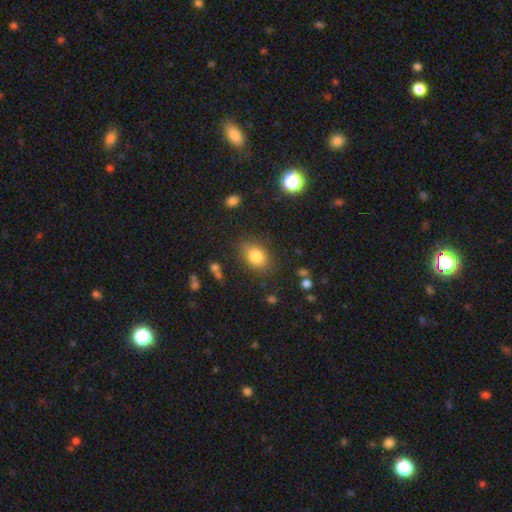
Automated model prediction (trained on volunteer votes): Smooth or featured? Predicted: smooth (p=0.81). How rounded? Predicted: in between (p=0.68). Merging? Predicted: none (p=0.79).